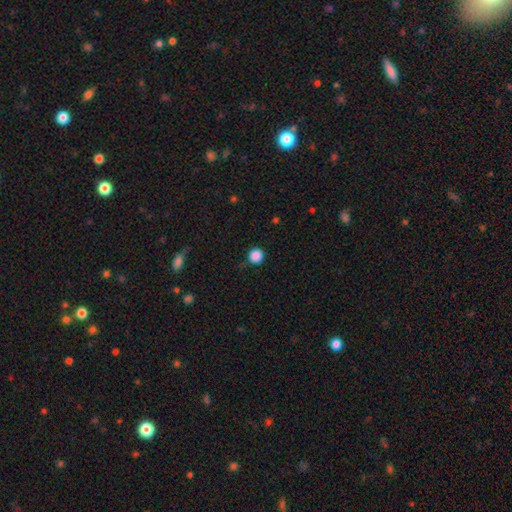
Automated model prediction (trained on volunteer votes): A smooth galaxy with no disk features (87%) that is round (95%). Merging: none (84%).